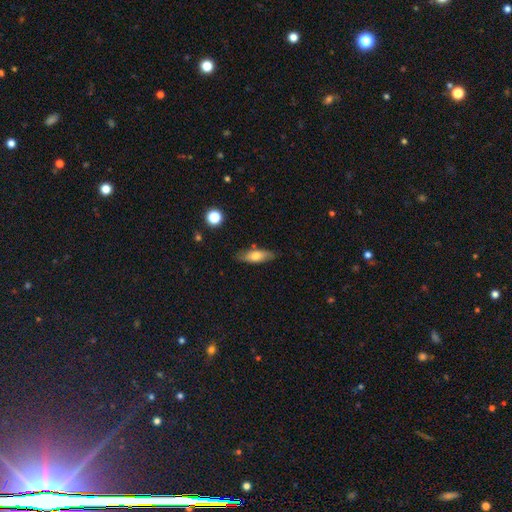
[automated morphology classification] This is likely a smooth galaxy (67%). How rounded: likely in between (60%). Merging: clearly none (81%).